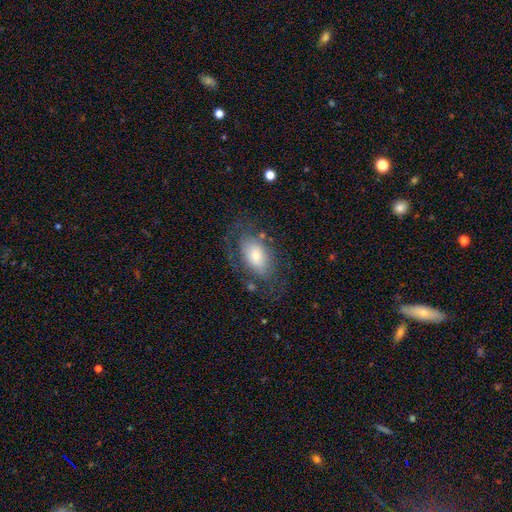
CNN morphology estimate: Overall: smooth (48%; featured or disk 44%). Merging: none (57%; minor disturbance 21%).